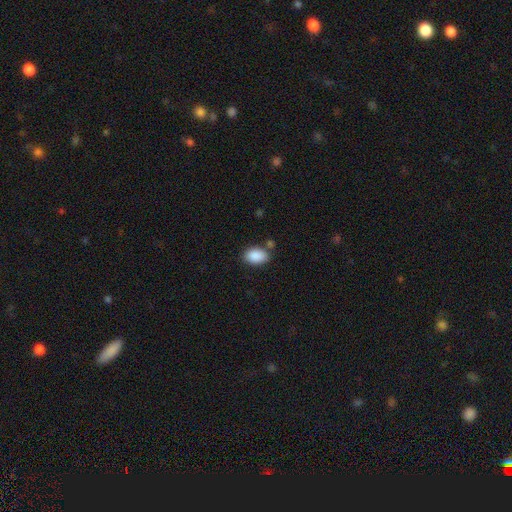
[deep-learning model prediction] A smooth galaxy with no disk features (89%) that is in between round and cigar-shaped (89%). Merging: none (74%).